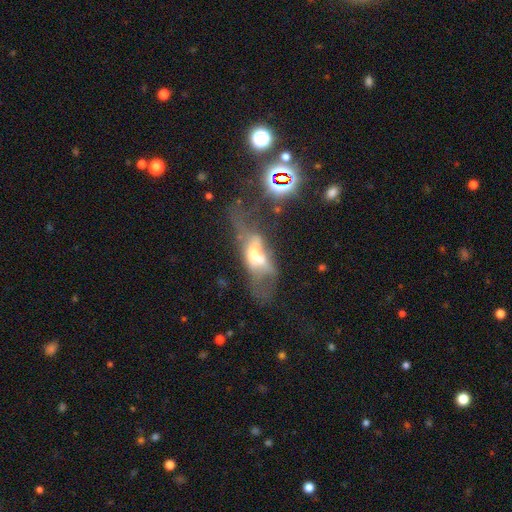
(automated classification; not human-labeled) Smooth or featured? Predicted: featured or disk (p=0.53). Edge-on disk? Predicted: no (p=0.82). Merging? Predicted: merger (p=0.50).